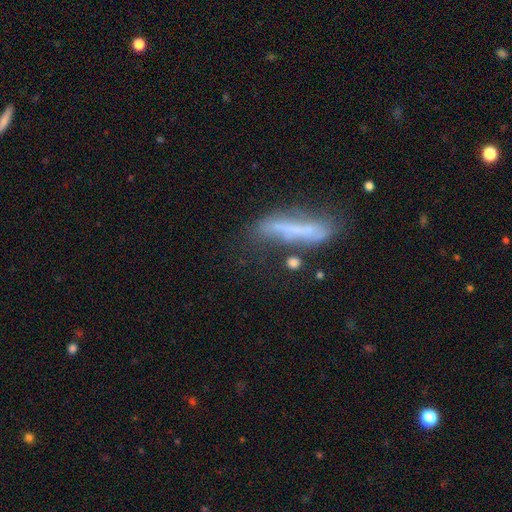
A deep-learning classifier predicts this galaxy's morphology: smooth 48%, featured or disk 40%, star or artifact 12%. Down the decision tree: merging — none (55%).